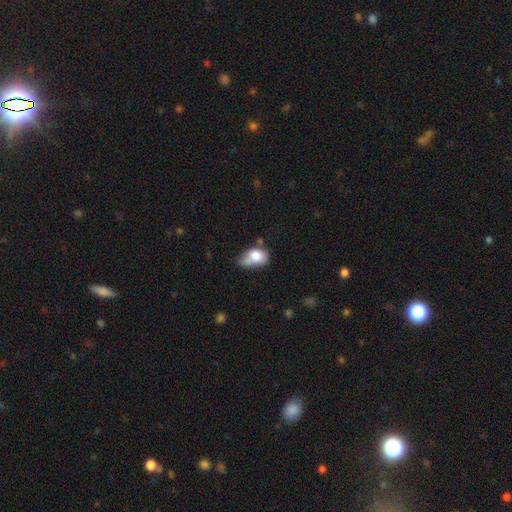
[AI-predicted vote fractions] smooth_or_featured: smooth (p=0.74) [alt: featured or disk p=0.17]
how_rounded: in between (p=0.79) [alt: round p=0.19]
merging: minor disturbance (p=0.35) [alt: none p=0.26]